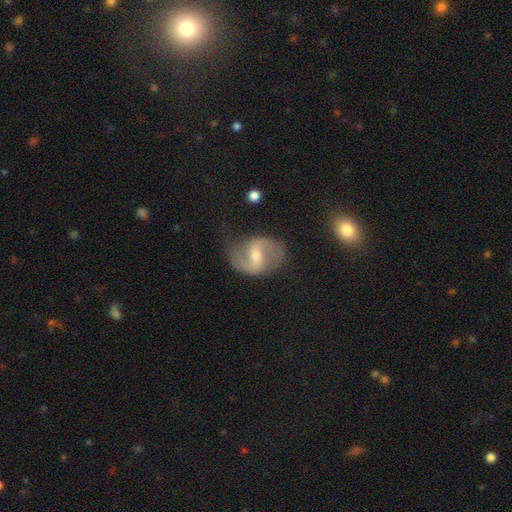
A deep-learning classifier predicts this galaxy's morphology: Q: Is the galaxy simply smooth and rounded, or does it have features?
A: featured or disk — 84%.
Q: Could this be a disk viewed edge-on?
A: no — 98%.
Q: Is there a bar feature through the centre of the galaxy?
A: weak — 50%.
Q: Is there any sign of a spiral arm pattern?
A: yes — 94%.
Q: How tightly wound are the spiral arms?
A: loose — 49%.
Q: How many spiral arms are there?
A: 2 — 92%.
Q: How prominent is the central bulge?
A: moderate — 51%.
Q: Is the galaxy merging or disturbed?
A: none — 76%.